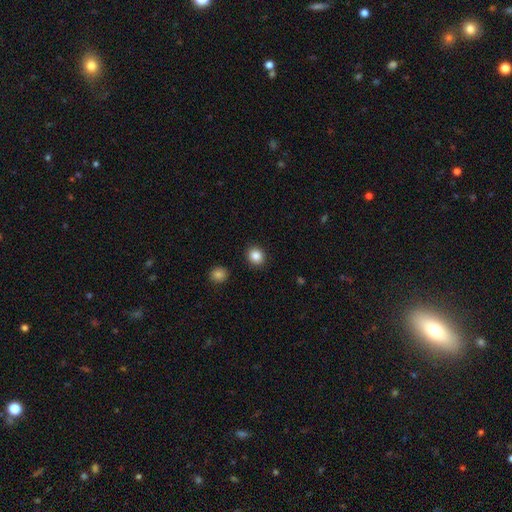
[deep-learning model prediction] A smooth galaxy with no disk features (86%) that is round (75%). Merging: none (91%).